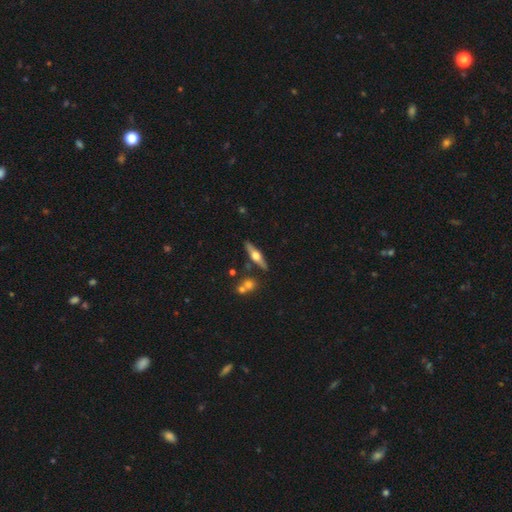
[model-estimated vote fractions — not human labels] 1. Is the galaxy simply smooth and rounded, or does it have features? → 68% featured or disk, 26% smooth, 6% star or artifact.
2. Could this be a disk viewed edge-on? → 95% yes, 5% no.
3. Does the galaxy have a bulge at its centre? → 94% rounded, 4% boxy, 2% none.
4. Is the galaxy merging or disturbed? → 83% none, 9% minor disturbance, 6% merger, 2% major disturbance.